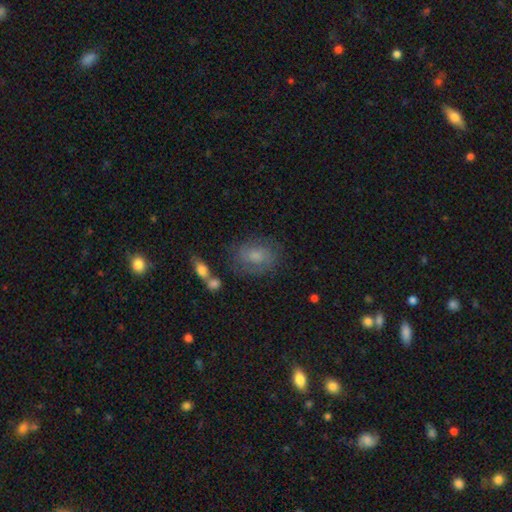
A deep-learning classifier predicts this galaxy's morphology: Smooth or featured? Predicted: smooth (p=0.54). How rounded? Predicted: in between (p=0.63). Merging? Predicted: none (p=0.69).